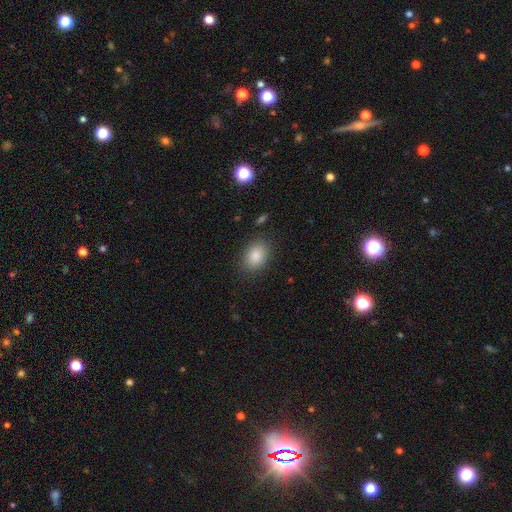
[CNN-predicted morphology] This appears to be a smooth galaxy with no disk features (86%) that is in between round and cigar-shaped (76%). Merging: none (84%).